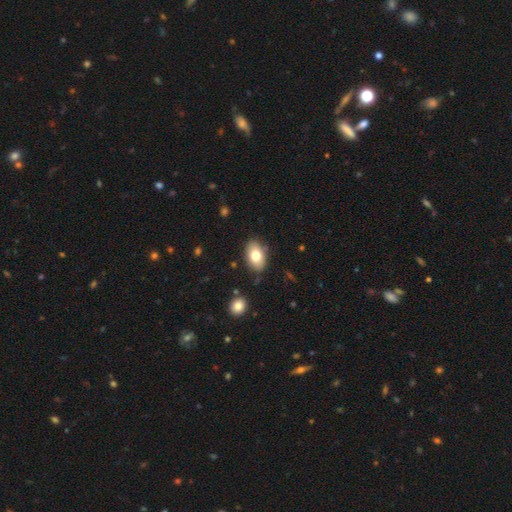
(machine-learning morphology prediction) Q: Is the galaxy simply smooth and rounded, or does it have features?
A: smooth — 77%.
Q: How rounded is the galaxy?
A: in between — 90%.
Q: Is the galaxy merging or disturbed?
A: none — 82%.